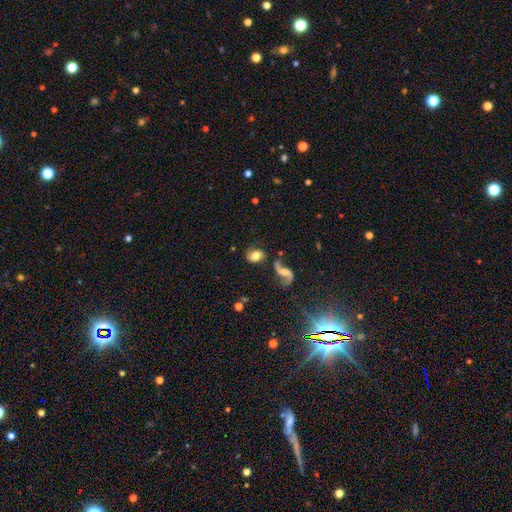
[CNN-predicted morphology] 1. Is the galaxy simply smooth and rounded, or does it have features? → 63% smooth, 27% featured or disk, 10% star or artifact.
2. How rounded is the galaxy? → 54% in between, 45% round, 2% cigar-shaped.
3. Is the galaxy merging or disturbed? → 59% none, 17% minor disturbance, 13% merger, 11% major disturbance.